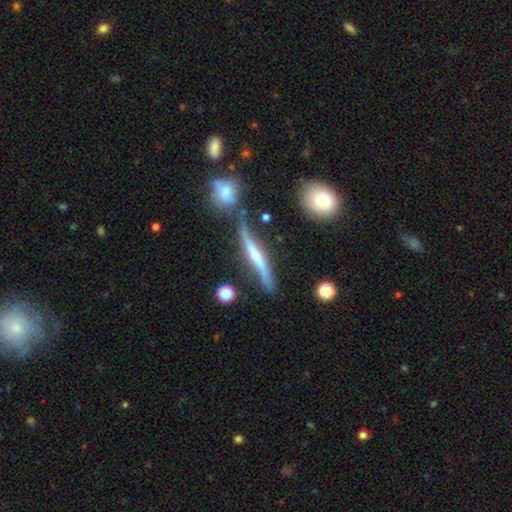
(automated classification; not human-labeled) Q: Smooth or featured?
A: featured or disk (68%); runner-up: smooth (25%)
Q: Edge-on disk?
A: yes (80%); runner-up: no (20%)
Q: Edge-on bulge?
A: rounded (49%); runner-up: none (33%)
Q: Merging?
A: none (57%); runner-up: minor disturbance (22%)